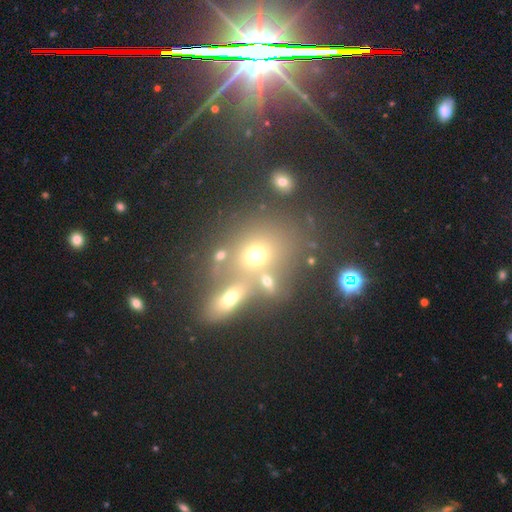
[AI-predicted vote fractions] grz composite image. It shows a smooth galaxy with no disk features (59%) that is round (59%). Merging: none (44%).